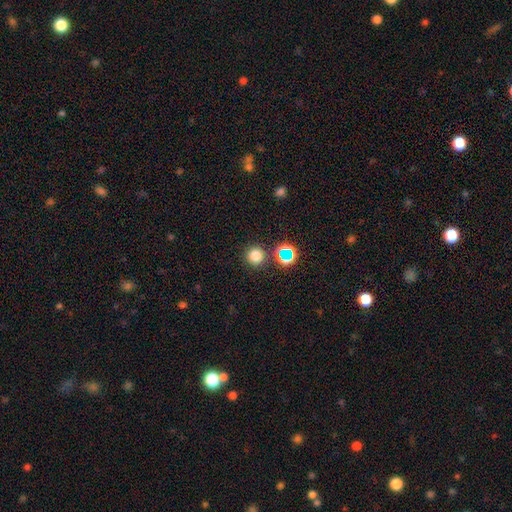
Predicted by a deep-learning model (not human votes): A smooth galaxy with no disk features (76%) that is round (94%).

Vote fractions:
- Smooth or featured? smooth: 76% / star or artifact: 18% / featured or disk: 5%
- How rounded? round: 94% / in between: 5% / cigar-shaped: 1%
- Merging? none: 86% / minor disturbance: 6% / merger: 5% / major disturbance: 3%